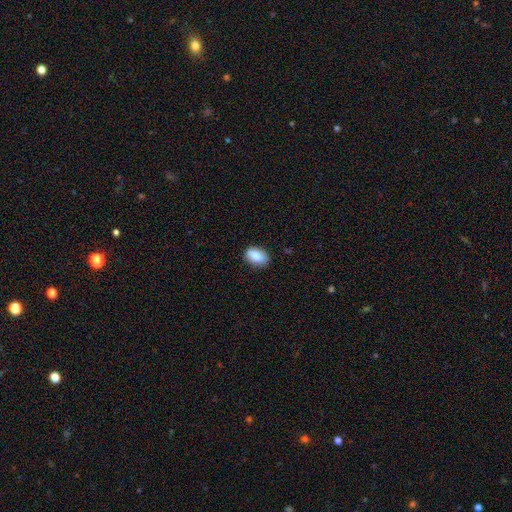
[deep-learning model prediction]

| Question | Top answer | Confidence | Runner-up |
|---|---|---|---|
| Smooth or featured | smooth | 88% | star or artifact (7%) |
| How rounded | in between | 91% | round (7%) |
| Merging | none | 83% | minor disturbance (13%) |